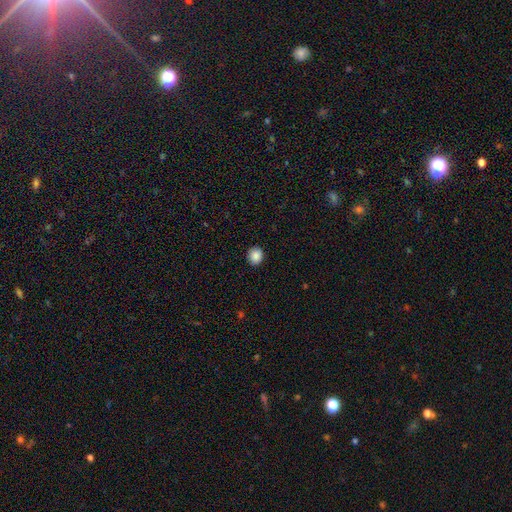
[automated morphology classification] Smooth or featured: smooth — 88% (star or artifact — 9%)
How rounded: round — 80% (in between — 19%)
Merging: none — 90% (minor disturbance — 7%)